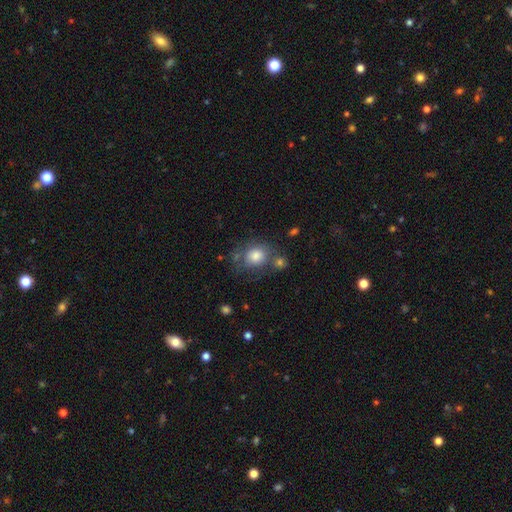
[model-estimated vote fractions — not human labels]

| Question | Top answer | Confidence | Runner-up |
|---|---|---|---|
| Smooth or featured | smooth | 79% | featured or disk (11%) |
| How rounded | round | 69% | in between (30%) |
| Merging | none | 56% | minor disturbance (18%) |